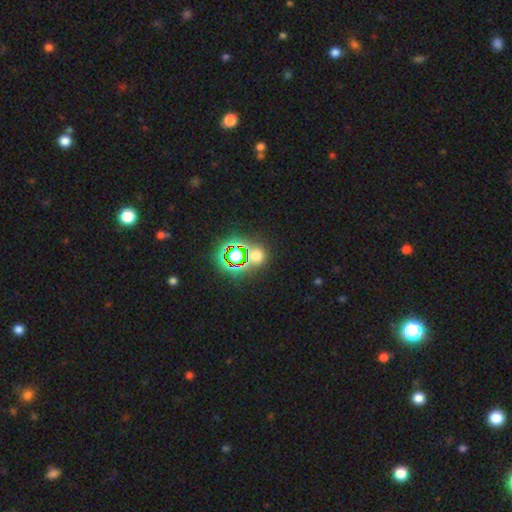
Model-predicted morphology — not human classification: Smooth or featured?
  - star or artifact: 48% *
  - smooth: 44%
  - featured or disk: 8%